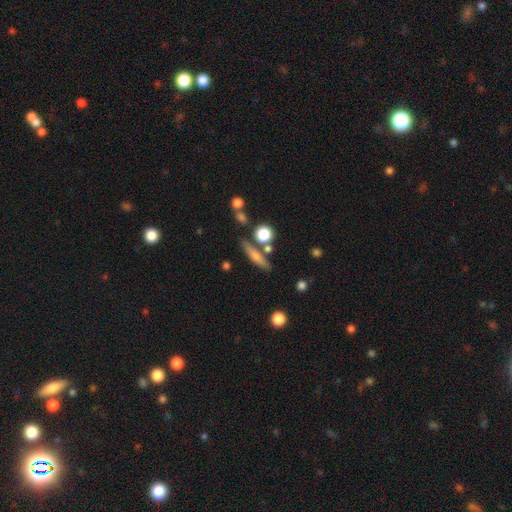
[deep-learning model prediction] smooth 63%, featured or disk 29%, star or artifact 8%. Down the decision tree: how rounded — cigar-shaped (77%); merging — none (74%).